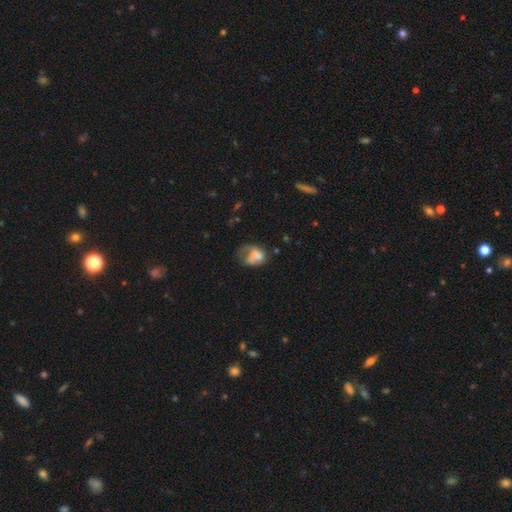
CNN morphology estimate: This appears to be a smooth galaxy with no disk features (56%) that is in between round and cigar-shaped (67%). Merging: major disturbance (46%).